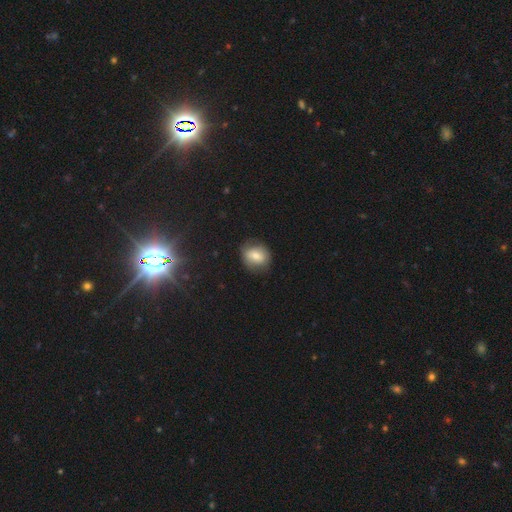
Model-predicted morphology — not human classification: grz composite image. It shows a smooth galaxy with no disk features (69%) that is round (62%). Merging: none (73%).